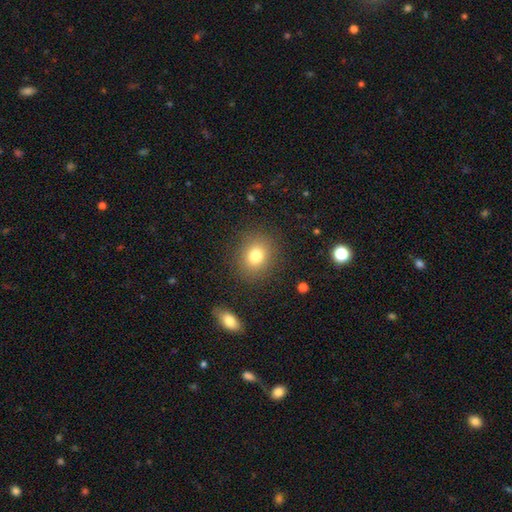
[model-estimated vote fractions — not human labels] smooth_or_featured: smooth (p=0.78) [alt: star or artifact p=0.12]
how_rounded: round (p=0.72) [alt: in between p=0.27]
merging: none (p=0.86) [alt: minor disturbance p=0.08]